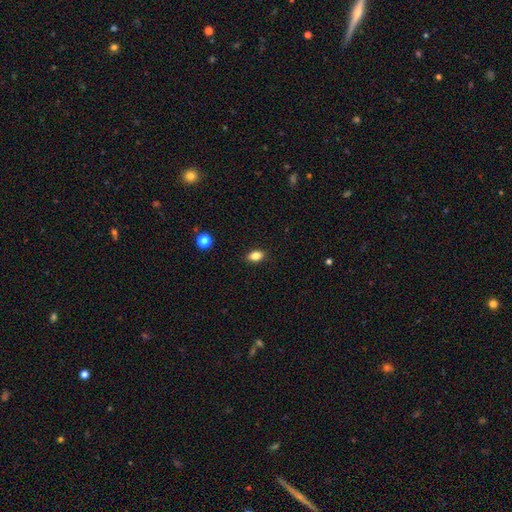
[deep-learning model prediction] smooth_or_featured: smooth (p=0.83) [alt: star or artifact p=0.10]
how_rounded: in between (p=0.82) [alt: round p=0.15]
merging: none (p=0.88) [alt: minor disturbance p=0.08]